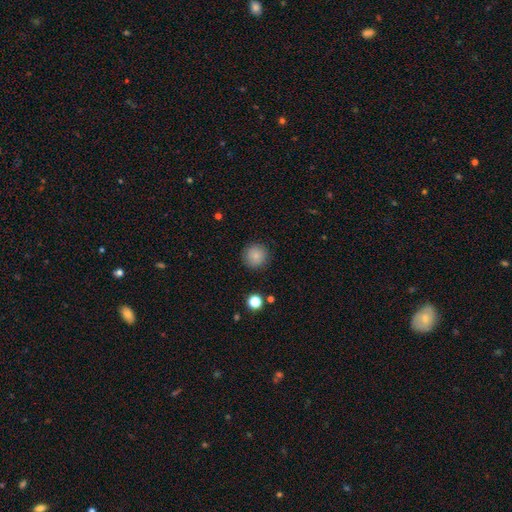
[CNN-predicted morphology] Smooth or featured?
  - smooth: 85% *
  - star or artifact: 10%
  - featured or disk: 5%
How rounded?
  - round: 95% *
  - in between: 4%
  - cigar-shaped: 1%
Merging?
  - none: 90% *
  - minor disturbance: 6%
  - major disturbance: 2%
  - merger: 1%